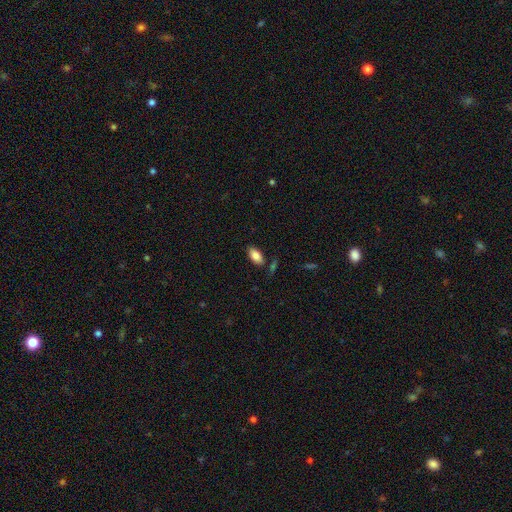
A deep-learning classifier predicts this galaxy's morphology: Smooth or featured?
  - smooth: 84% *
  - featured or disk: 9%
  - star or artifact: 7%
How rounded?
  - in between: 93% *
  - cigar-shaped: 4%
  - round: 3%
Merging?
  - none: 80% *
  - minor disturbance: 12%
  - merger: 5%
  - major disturbance: 3%